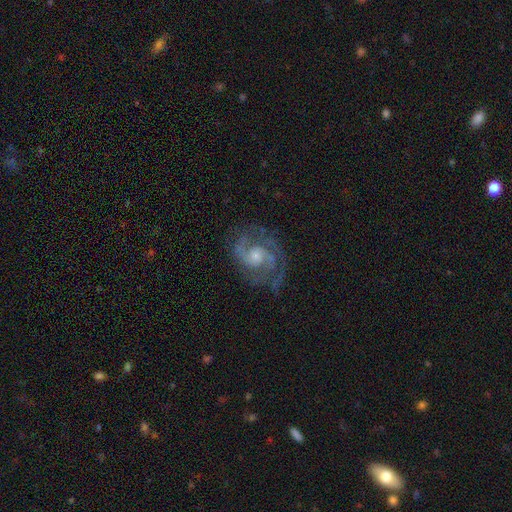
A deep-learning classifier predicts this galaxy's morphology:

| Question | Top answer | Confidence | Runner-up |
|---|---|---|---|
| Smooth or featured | featured or disk | 89% | star or artifact (6%) |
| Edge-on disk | no | 98% | yes (2%) |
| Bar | no | 59% | weak (35%) |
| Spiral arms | yes | 97% | no (3%) |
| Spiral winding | medium | 51% | tight (38%) |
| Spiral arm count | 2 | 71% | 3 (11%) |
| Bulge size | moderate | 48% | small (42%) |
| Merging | none | 72% | minor disturbance (17%) |